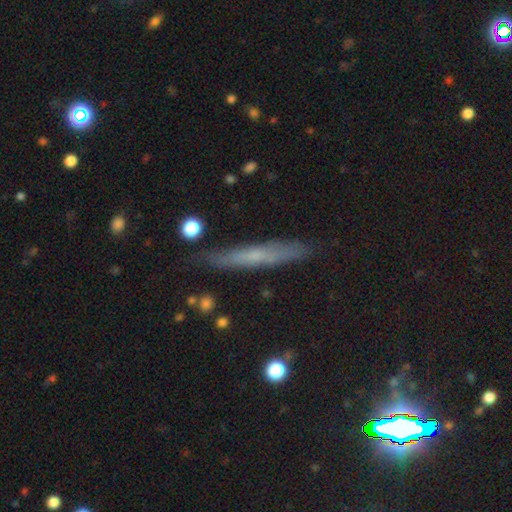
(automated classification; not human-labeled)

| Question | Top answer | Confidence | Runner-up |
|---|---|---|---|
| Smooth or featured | featured or disk | 44% | tied: smooth (44%) |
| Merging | none | 85% | minor disturbance (11%) |